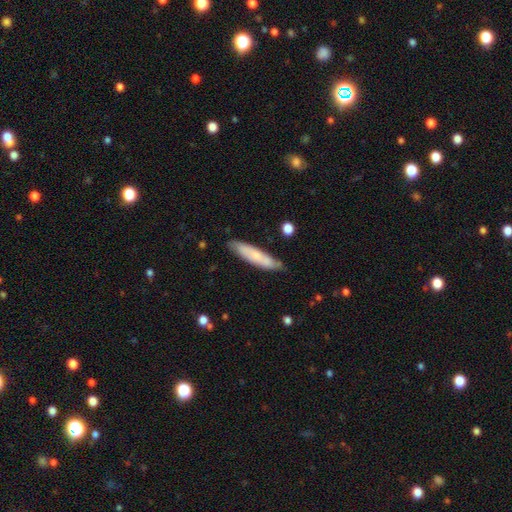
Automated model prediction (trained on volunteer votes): Smooth or featured? Predicted: smooth (p=0.64). How rounded? Predicted: cigar-shaped (p=0.81). Merging? Predicted: none (p=0.80).